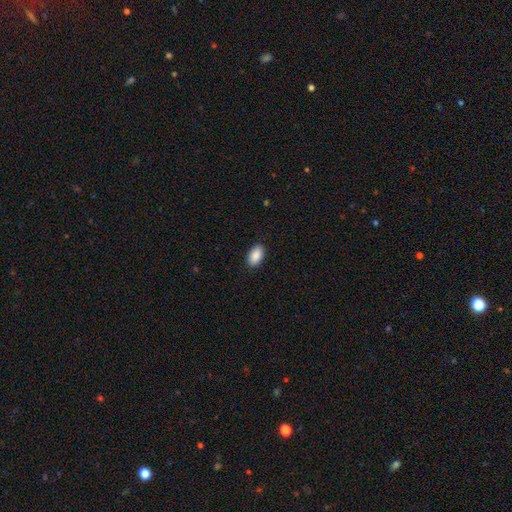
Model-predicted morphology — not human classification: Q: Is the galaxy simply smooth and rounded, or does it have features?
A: smooth — 90%.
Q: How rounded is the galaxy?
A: in between — 94%.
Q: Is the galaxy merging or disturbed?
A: none — 90%.